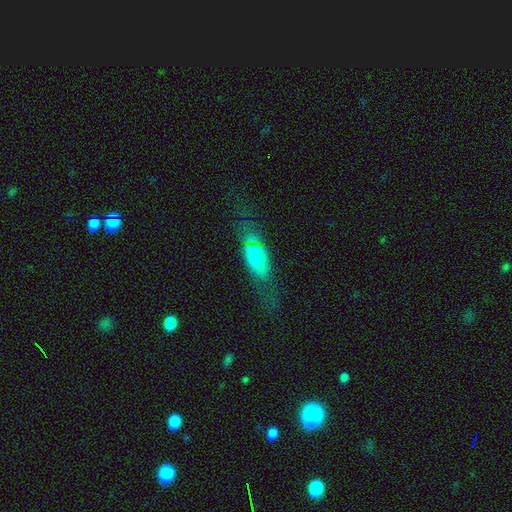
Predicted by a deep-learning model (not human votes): Overall: smooth (55%; featured or disk 35%). How rounded: in between (65%; cigar-shaped 29%). Merging: none (47%; major disturbance 27%).